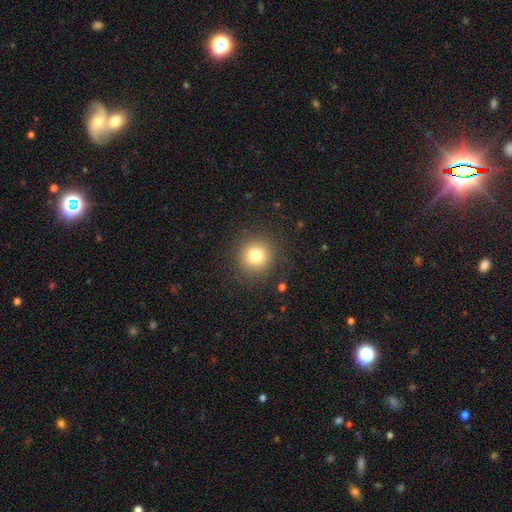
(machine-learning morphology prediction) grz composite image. It shows a smooth galaxy with no disk features (78%) that is round (94%). Merging: none (88%).